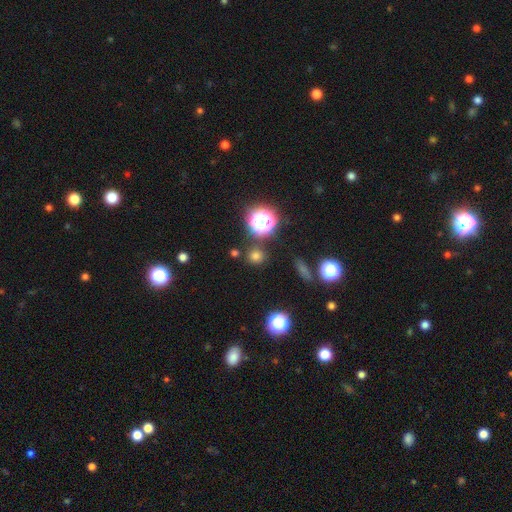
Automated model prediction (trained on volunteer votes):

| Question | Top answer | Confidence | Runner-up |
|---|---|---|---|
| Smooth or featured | smooth | 70% | star or artifact (24%) |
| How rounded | round | 89% | in between (9%) |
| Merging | none | 85% | minor disturbance (8%) |